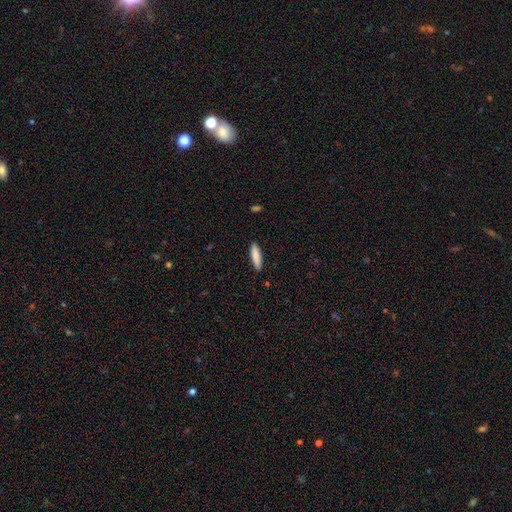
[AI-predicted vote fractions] A smooth galaxy with no disk features (86%) that is cigar-shaped (73%).

Vote fractions:
- Smooth or featured? smooth: 86% / featured or disk: 8% / star or artifact: 6%
- How rounded? cigar-shaped: 73% / in between: 26% / round: 1%
- Merging? none: 89% / minor disturbance: 8% / major disturbance: 2% / merger: 1%